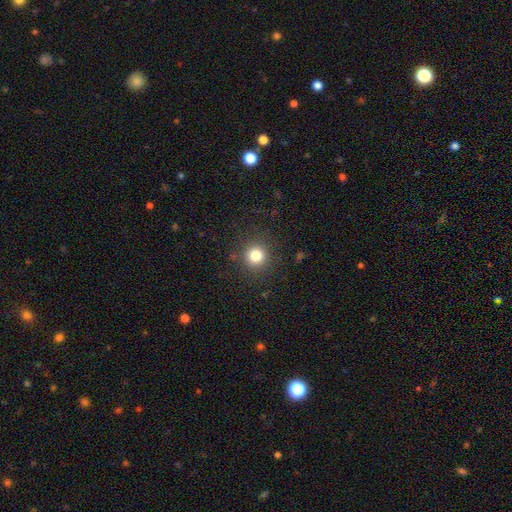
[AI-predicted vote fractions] smooth_or_featured: smooth (p=0.81) [alt: star or artifact p=0.13]
how_rounded: round (p=0.94) [alt: in between p=0.05]
merging: none (p=0.90) [alt: minor disturbance p=0.06]